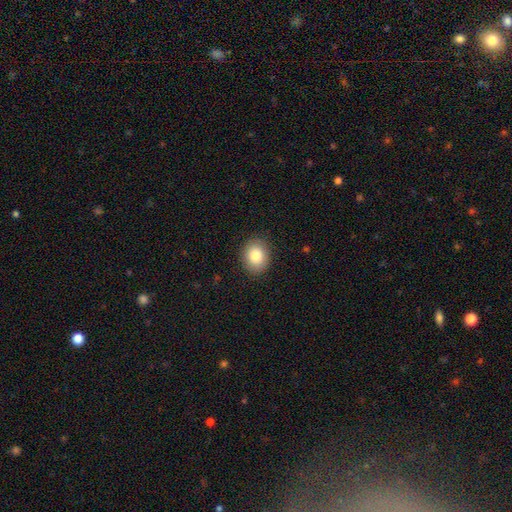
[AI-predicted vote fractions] A smooth galaxy with no disk features (84%) that is round (52%).

Vote fractions:
- Smooth or featured? smooth: 84% / star or artifact: 8% / featured or disk: 8%
- How rounded? round: 52% / in between: 47% / cigar-shaped: 1%
- Merging? none: 88% / minor disturbance: 9% / major disturbance: 2% / merger: 1%